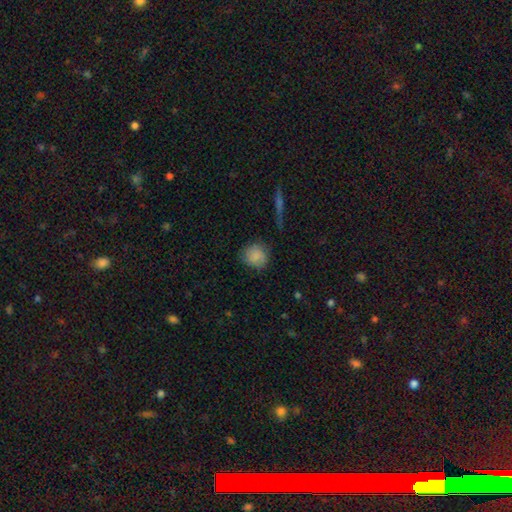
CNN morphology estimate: type=smooth (80%); roundness=round (87%); merging=none (75%).